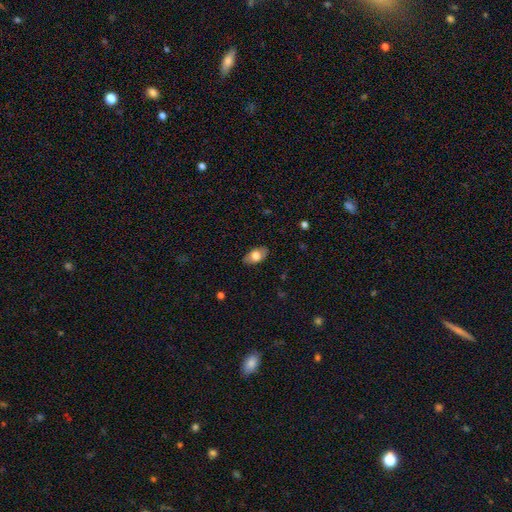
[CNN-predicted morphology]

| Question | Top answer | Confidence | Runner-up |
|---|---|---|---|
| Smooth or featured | smooth | 73% | featured or disk (20%) |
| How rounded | in between | 92% | round (5%) |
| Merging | none | 83% | minor disturbance (13%) |